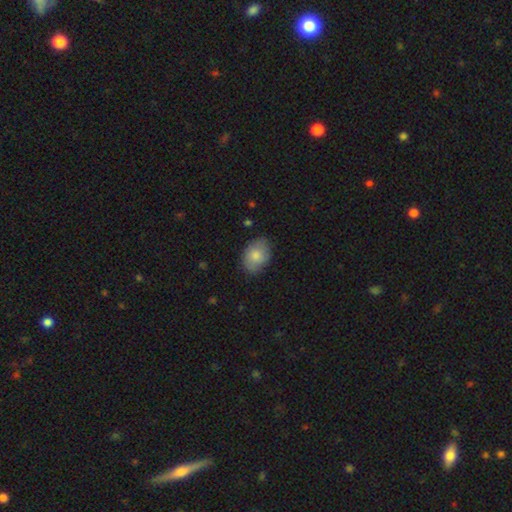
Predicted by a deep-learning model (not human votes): The model was most divided on "how rounded": in between: 77%, round: 22%, cigar-shaped: 1%. More confident: smooth or featured — smooth (77%); merging — none (77%).